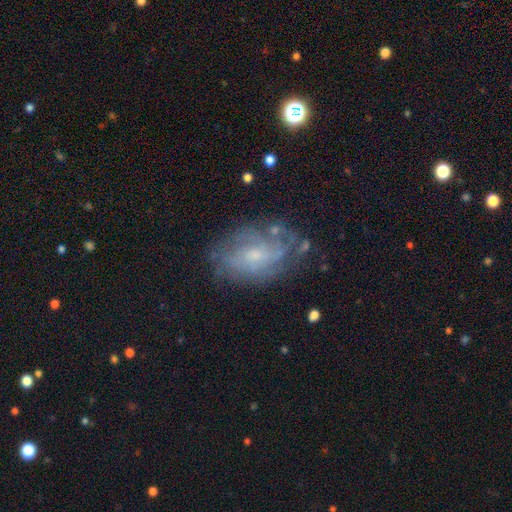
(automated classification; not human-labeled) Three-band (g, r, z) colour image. It shows a featured or disk galaxy (68%) with no bar (63%), spiral arms (73%) and a small central bulge (62%). Merging: none (63%).